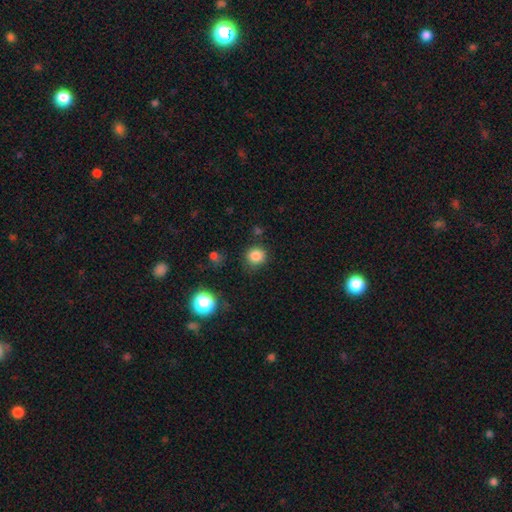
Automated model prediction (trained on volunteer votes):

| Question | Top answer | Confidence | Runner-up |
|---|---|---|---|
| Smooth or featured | smooth | 83% | star or artifact (13%) |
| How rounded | round | 88% | in between (11%) |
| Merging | none | 81% | minor disturbance (12%) |